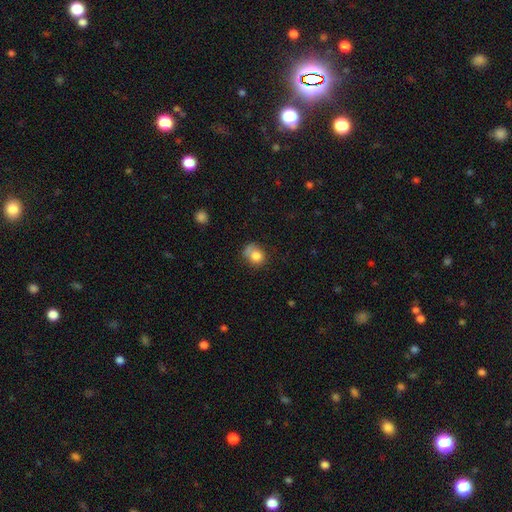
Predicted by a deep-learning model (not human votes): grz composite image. It shows a smooth galaxy with no disk features (79%) that is round (63%). Merging: none (50%).